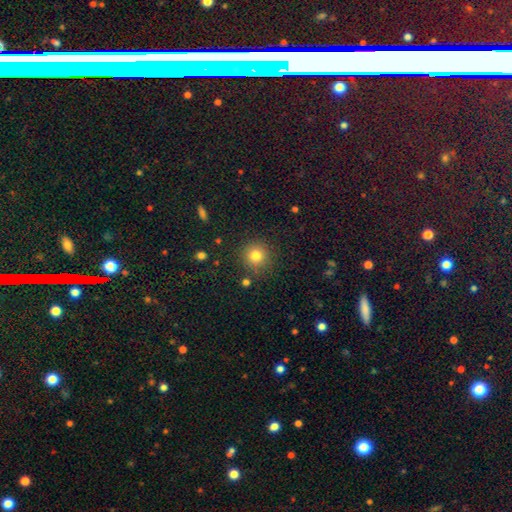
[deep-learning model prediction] Overall: smooth (80%). How rounded: round (94%). Merging: none (88%).